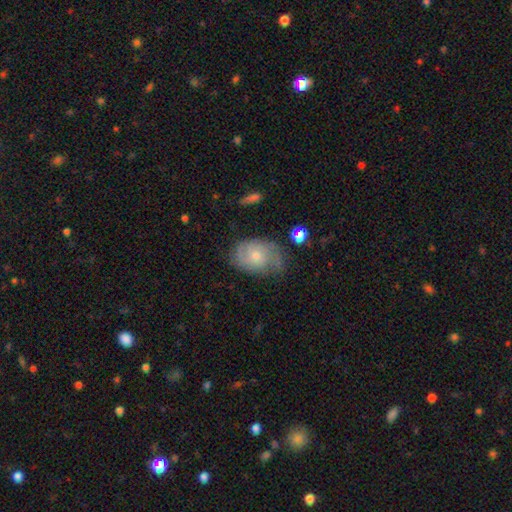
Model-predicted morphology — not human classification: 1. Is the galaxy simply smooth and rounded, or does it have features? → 61% featured or disk, 30% smooth, 8% star or artifact.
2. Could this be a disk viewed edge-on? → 96% no, 4% yes.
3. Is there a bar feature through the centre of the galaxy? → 77% no, 21% weak, 3% strong.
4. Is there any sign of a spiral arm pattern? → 86% yes, 14% no.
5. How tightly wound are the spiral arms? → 48% tight, 36% medium, 15% loose.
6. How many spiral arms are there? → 37% 2, 36% can't tell, 13% 3, 6% 1, 4% 4, 3% more than 4.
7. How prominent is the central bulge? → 57% small, 38% moderate, 2% none, 2% large, 1% dominant.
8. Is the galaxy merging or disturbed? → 61% none, 27% minor disturbance, 10% major disturbance, 2% merger.